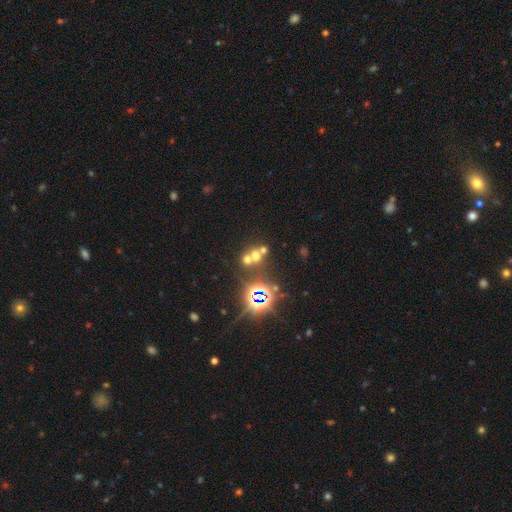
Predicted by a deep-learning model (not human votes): A smooth galaxy with no disk features (43%).

Vote fractions:
- Smooth or featured? smooth: 43% / star or artifact: 39% / featured or disk: 18%
- Merging? merger: 50% / none: 39% / minor disturbance: 7% / major disturbance: 4%